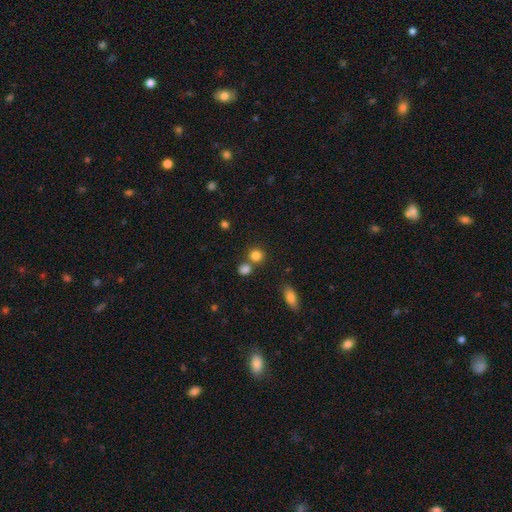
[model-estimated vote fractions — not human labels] Smooth or featured: smooth — 82% (star or artifact — 12%)
How rounded: round — 86% (in between — 12%)
Merging: none — 63% (merger — 26%)